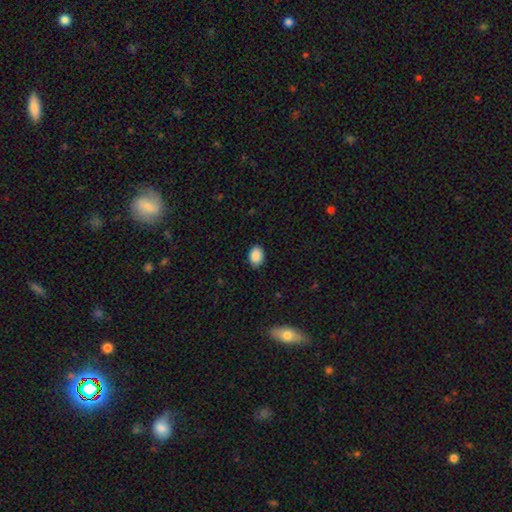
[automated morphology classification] A smooth galaxy with no disk features (89%) that is in between round and cigar-shaped (78%). Merging: none (87%).